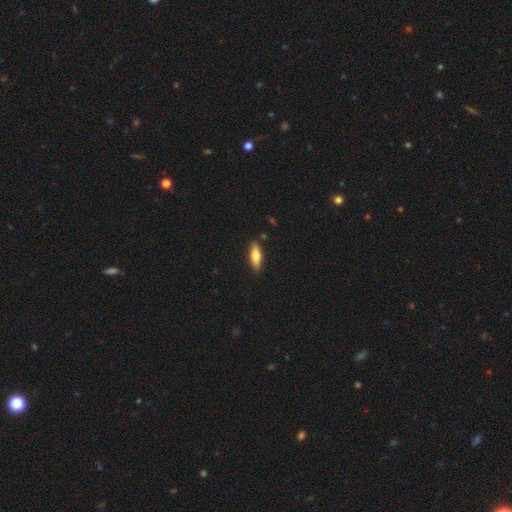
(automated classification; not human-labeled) Smooth or featured? Predicted: smooth (p=0.68). How rounded? Predicted: cigar-shaped (p=0.51). Merging? Predicted: none (p=0.87).